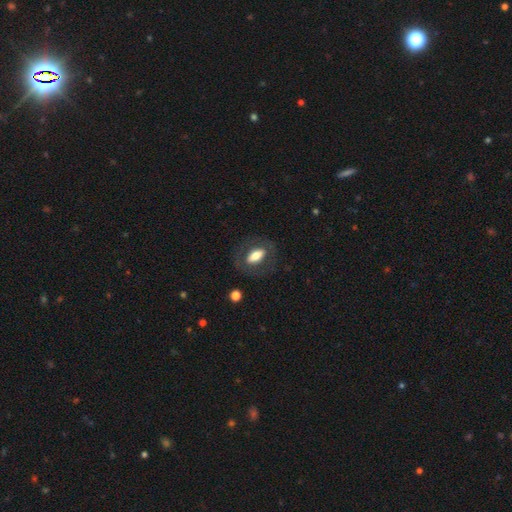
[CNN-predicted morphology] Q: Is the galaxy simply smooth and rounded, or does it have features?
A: smooth — 60%.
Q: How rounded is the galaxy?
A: in between — 85%.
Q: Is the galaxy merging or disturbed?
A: none — 76%.